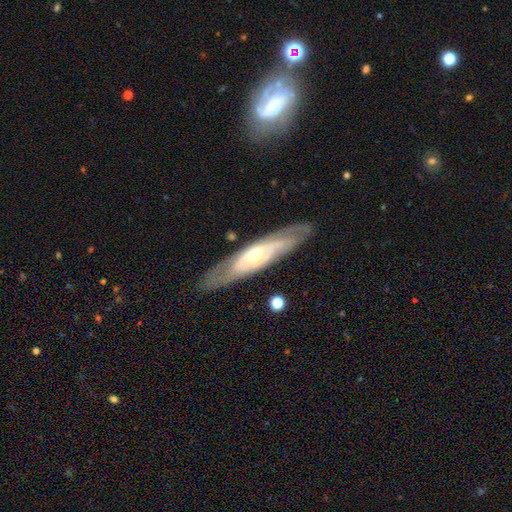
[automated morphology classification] This appears to be a featured or disk galaxy (74%). Merging: none (81%).